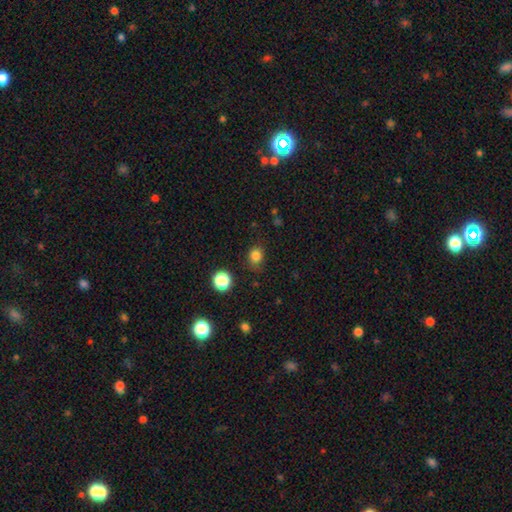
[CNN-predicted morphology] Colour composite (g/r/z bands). It shows a smooth galaxy with no disk features (82%) that is round (67%). Merging: none (78%).